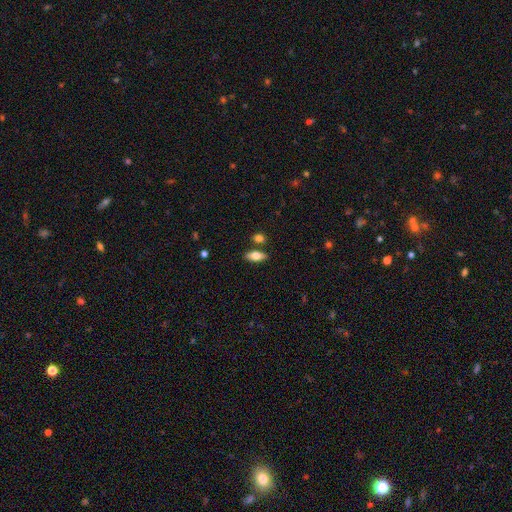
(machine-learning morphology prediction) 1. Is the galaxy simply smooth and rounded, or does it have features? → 74% smooth, 19% featured or disk, 7% star or artifact.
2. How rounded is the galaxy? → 85% in between, 12% cigar-shaped, 3% round.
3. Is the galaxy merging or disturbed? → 80% none, 10% minor disturbance, 8% merger, 2% major disturbance.